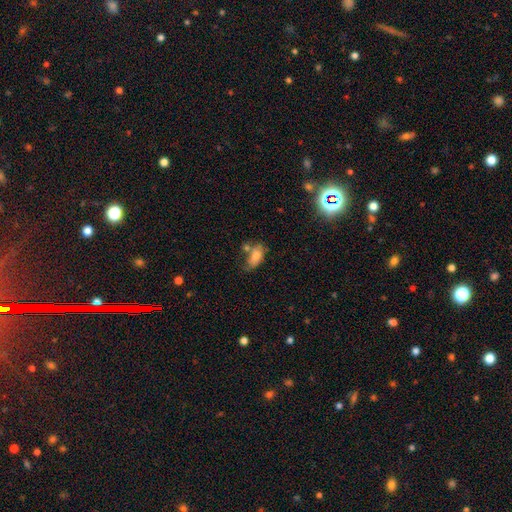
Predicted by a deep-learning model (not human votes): Morphology: type=smooth (74%); roundness=in between (88%); merging=none (35%).